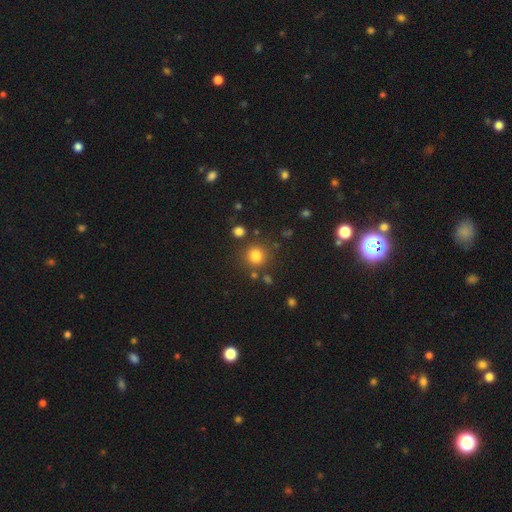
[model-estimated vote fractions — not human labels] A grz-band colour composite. It shows a smooth galaxy with no disk features (81%) that is round (89%). Merging: none (81%).